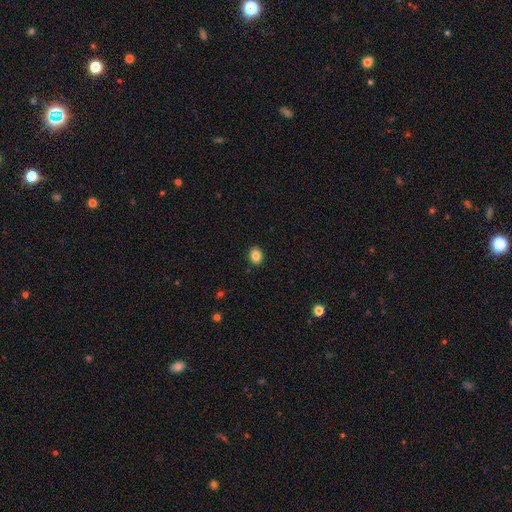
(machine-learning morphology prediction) Q: Smooth or featured?
A: smooth (85%); runner-up: star or artifact (10%)
Q: How rounded?
A: round (53%); runner-up: in between (46%)
Q: Merging?
A: none (91%); runner-up: minor disturbance (6%)